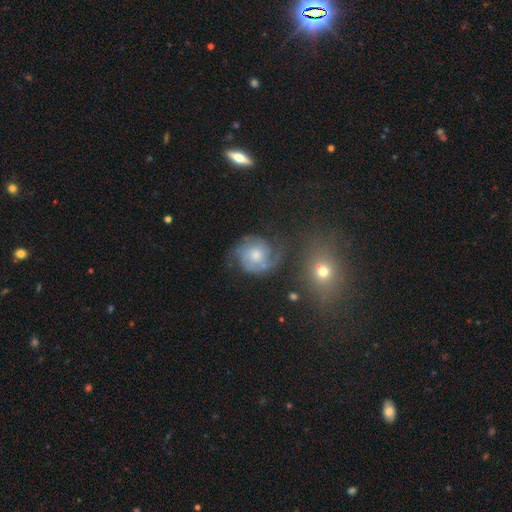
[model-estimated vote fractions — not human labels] A featured or disk galaxy (73%) with no bar (73%), 2 (68%) medium (43%) spiral arms (94%) and a moderate central bulge (51%).

Vote fractions:
- Smooth or featured? featured or disk: 73% / smooth: 18% / star or artifact: 8%
- Edge-on disk? no: 98% / yes: 2%
- Bar? no: 73% / weak: 24% / strong: 4%
- Spiral arms? yes: 94% / no: 6%
- Spiral winding? medium: 43% / tight: 42% / loose: 14%
- Spiral arm count? 2: 68% / can't tell: 13% / 3: 9% / 1: 5% / 4: 3% / more than 4: 3%
- Bulge size? moderate: 51% / small: 38% / large: 6% / none: 3% / dominant: 2%
- Merging? none: 61% / minor disturbance: 20% / major disturbance: 12% / merger: 8%